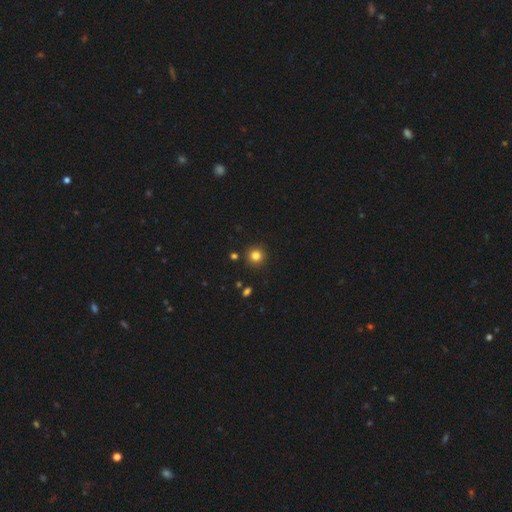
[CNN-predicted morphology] Smooth or featured?
  - smooth: 82% *
  - star or artifact: 13%
  - featured or disk: 6%
How rounded?
  - round: 94% *
  - in between: 5%
  - cigar-shaped: 1%
Merging?
  - none: 90% *
  - minor disturbance: 6%
  - merger: 2%
  - major disturbance: 2%